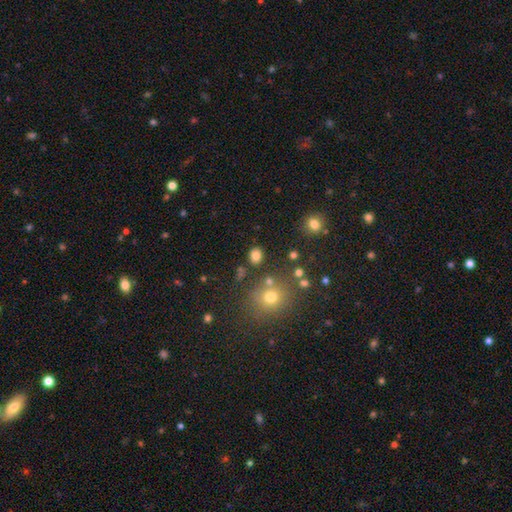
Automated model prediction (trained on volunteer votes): This is likely a smooth galaxy (80%). How rounded: likely round (61%). Merging: clearly none (82%).